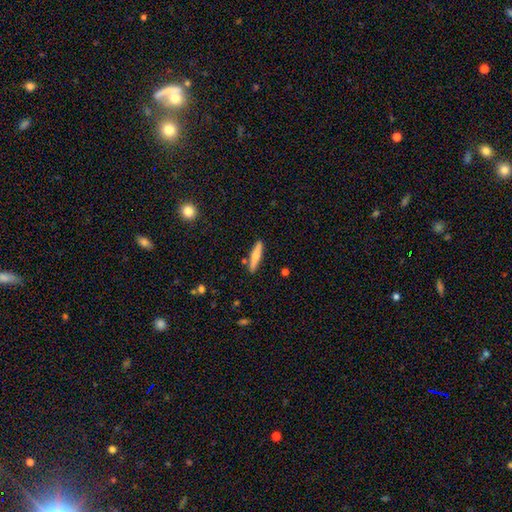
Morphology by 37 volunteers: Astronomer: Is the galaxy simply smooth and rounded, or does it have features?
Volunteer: smooth — 62%.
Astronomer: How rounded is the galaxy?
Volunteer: cigar-shaped — 70%.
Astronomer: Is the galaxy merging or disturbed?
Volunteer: none — 89%.